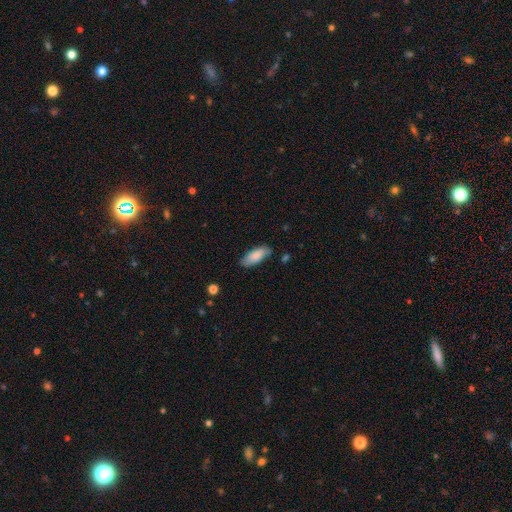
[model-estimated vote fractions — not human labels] Smooth or featured: smooth — 81% (featured or disk — 13%)
How rounded: in between — 80% (cigar-shaped — 19%)
Merging: none — 77% (minor disturbance — 18%)